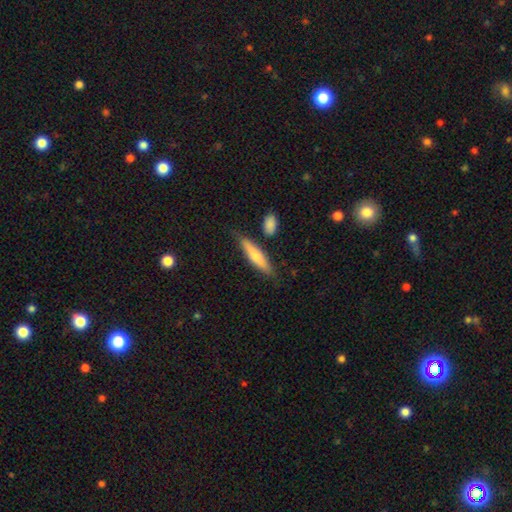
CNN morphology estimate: This is likely a smooth galaxy (64%). How rounded: likely cigar-shaped (77%). Merging: likely none (75%).